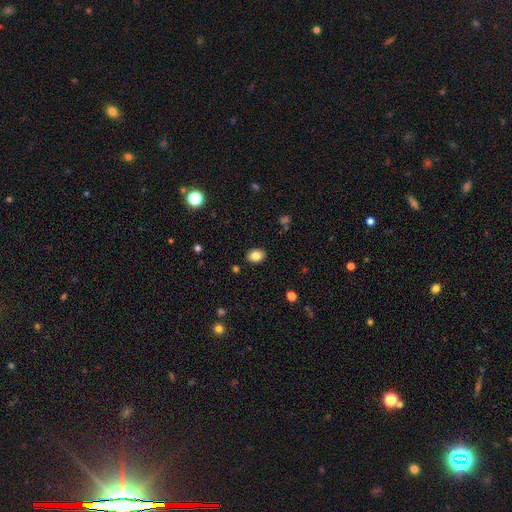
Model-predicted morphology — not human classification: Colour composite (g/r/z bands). It shows a smooth galaxy with no disk features (83%) that is in between round and cigar-shaped (68%). Merging: none (88%).